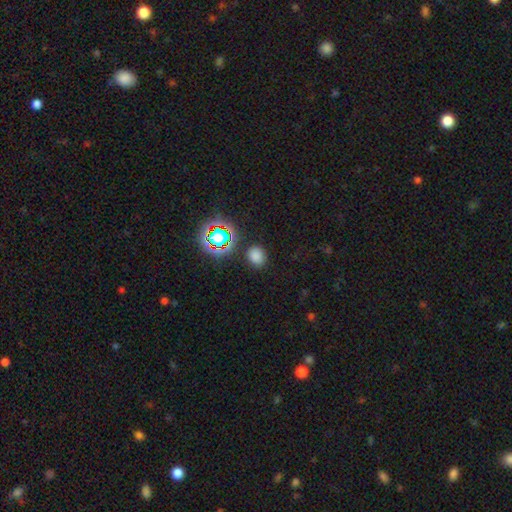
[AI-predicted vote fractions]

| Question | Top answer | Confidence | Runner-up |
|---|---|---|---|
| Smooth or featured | smooth | 72% | star or artifact (23%) |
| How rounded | round | 69% | in between (30%) |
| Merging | none | 85% | minor disturbance (9%) |